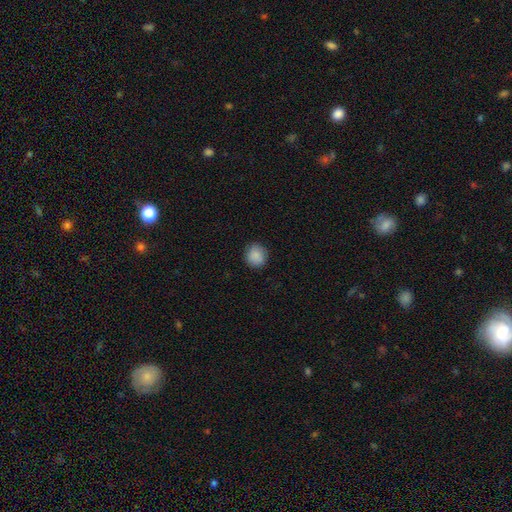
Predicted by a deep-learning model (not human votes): A smooth galaxy with no disk features (88%) that is round (86%). Merging: none (88%).